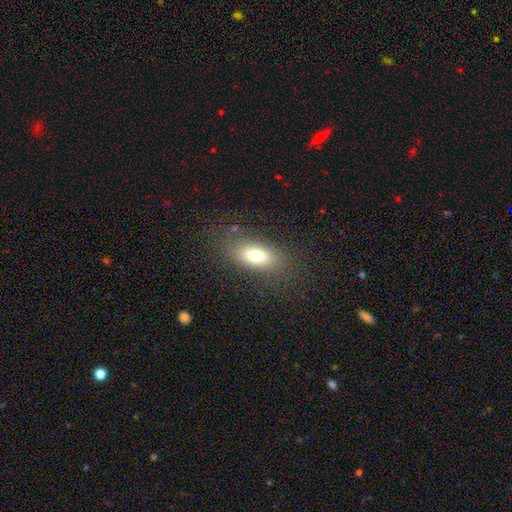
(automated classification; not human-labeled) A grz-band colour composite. It shows a smooth galaxy with no disk features (76%) that is in between round and cigar-shaped (85%). Merging: none (81%).